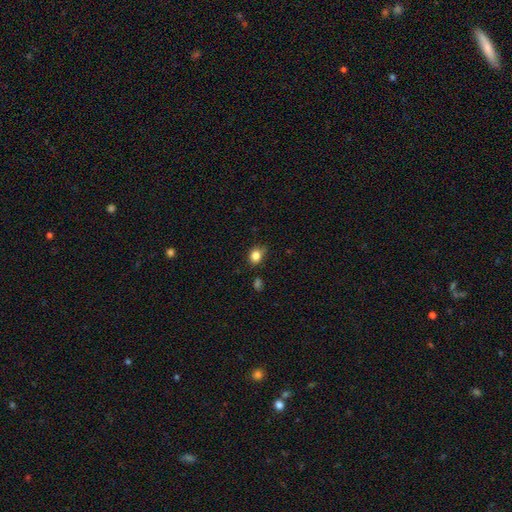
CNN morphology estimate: smooth_or_featured: smooth (p=0.83) [alt: star or artifact p=0.11]
how_rounded: round (p=0.55) [alt: in between p=0.44]
merging: none (p=0.68) [alt: minor disturbance p=0.24]